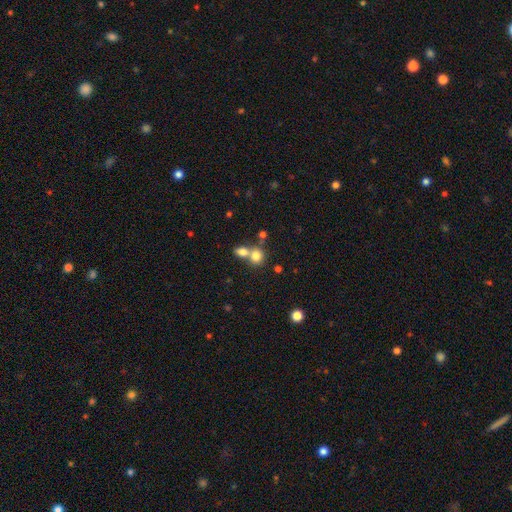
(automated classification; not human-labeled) Smooth or featured?
  - smooth: 79% *
  - star or artifact: 11%
  - featured or disk: 10%
How rounded?
  - round: 65% *
  - in between: 33%
  - cigar-shaped: 1%
Merging?
  - merger: 53% *
  - none: 37%
  - minor disturbance: 7%
  - major disturbance: 3%